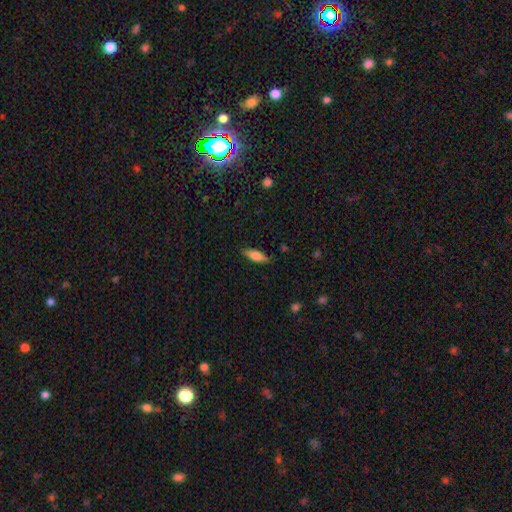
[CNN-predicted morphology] The model was most divided on "how rounded": cigar-shaped: 53%, in between: 45%, round: 2%. More confident: merging — none (86%); smooth or featured — smooth (64%).